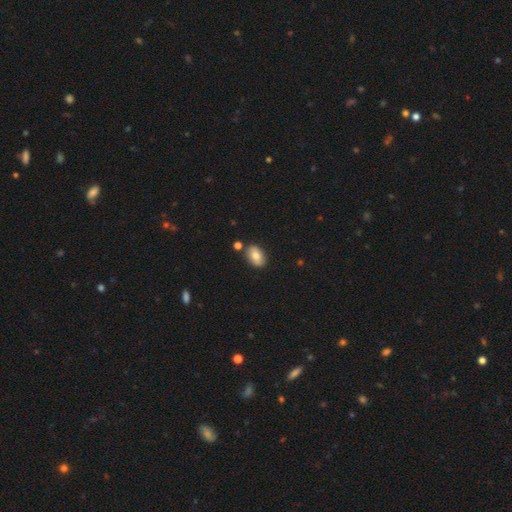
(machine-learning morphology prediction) The model was most divided on "smooth or featured": smooth: 78%, featured or disk: 15%, star or artifact: 8%. More confident: how rounded — in between (87%); merging — none (81%).